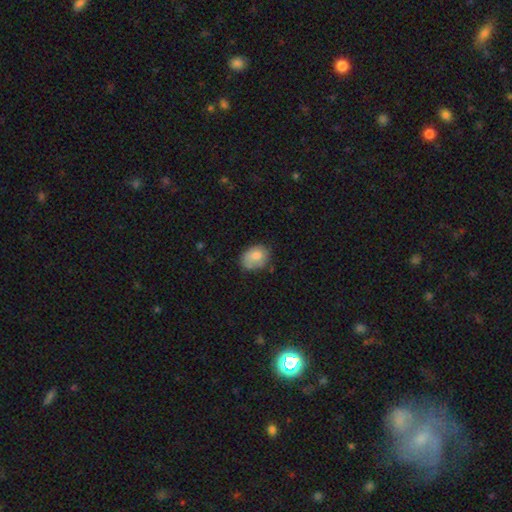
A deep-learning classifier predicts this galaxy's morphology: Smooth or featured? smooth (77%)
How rounded? in between (64%)
Merging? none (61%)